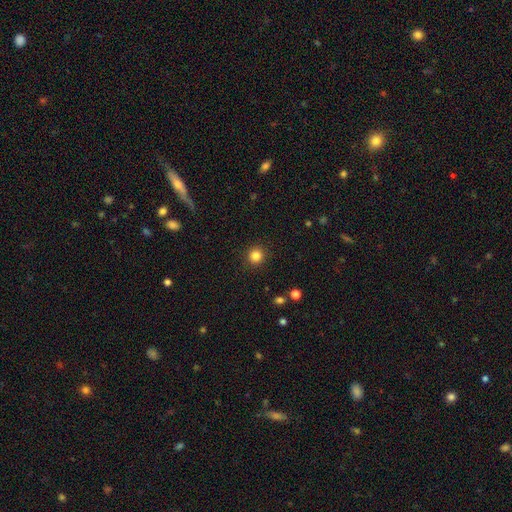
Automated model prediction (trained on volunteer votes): smooth 84%, star or artifact 12%, featured or disk 4%. Down the decision tree: how rounded — round (93%); merging — none (91%).